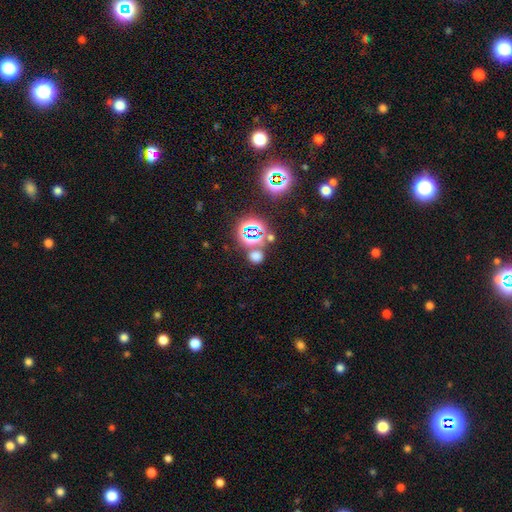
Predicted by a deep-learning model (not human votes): Smooth or featured? Predicted: smooth (p=0.51). How rounded? Predicted: round (p=0.76). Merging? Predicted: none (p=0.69).